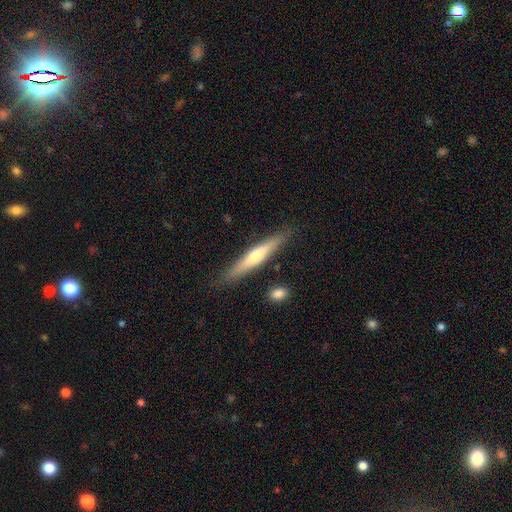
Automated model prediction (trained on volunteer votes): smooth-or-featured: featured or disk: 52% | smooth: 42% | star or artifact: 6%
  disk-edge-on: yes: 95% | no: 5%
  merging: none: 86% | minor disturbance: 9% | merger: 3% | major disturbance: 2%